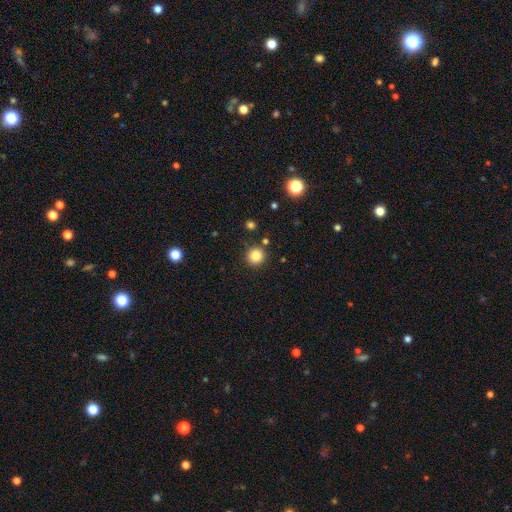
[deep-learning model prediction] Q: Smooth or featured?
A: smooth (84%); runner-up: star or artifact (11%)
Q: How rounded?
A: round (93%); runner-up: in between (6%)
Q: Merging?
A: none (87%); runner-up: minor disturbance (7%)